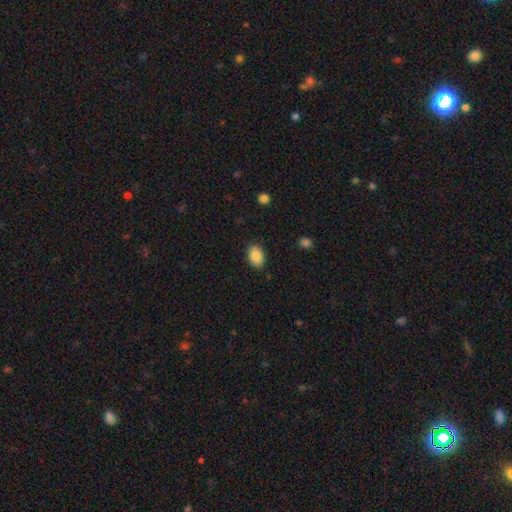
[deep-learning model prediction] The model was most divided on "how rounded": in between: 86%, round: 13%, cigar-shaped: 1%. More confident: merging — none (87%); smooth or featured — smooth (87%).